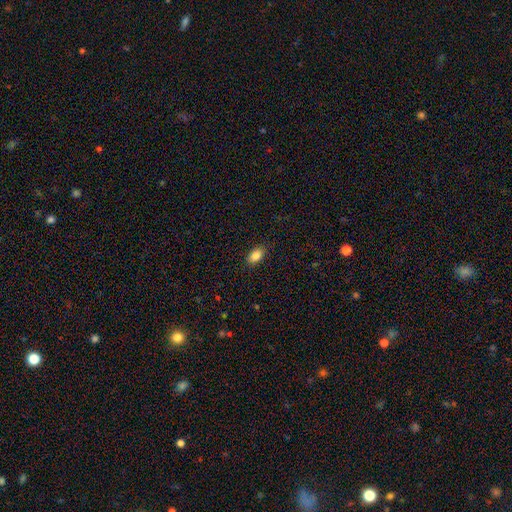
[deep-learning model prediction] A smooth galaxy with no disk features (86%) that is in between round and cigar-shaped (89%). Merging: none (87%).